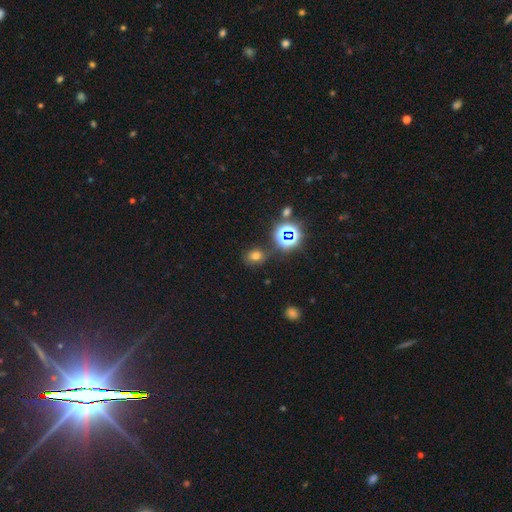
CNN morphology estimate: Smooth or featured?
  - smooth: 60% *
  - star or artifact: 32%
  - featured or disk: 7%
How rounded?
  - in between: 50% *
  - round: 48%
  - cigar-shaped: 1%
Merging?
  - none: 72% *
  - minor disturbance: 16%
  - merger: 6%
  - major disturbance: 6%